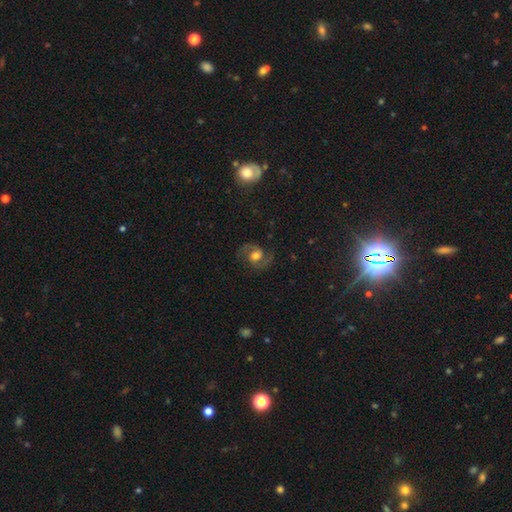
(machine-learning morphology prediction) A featured or disk galaxy (77%) with no bar (46%), 2 (92%) medium (60%) spiral arms (95%) and a moderate central bulge (60%). Merging: none (78%).